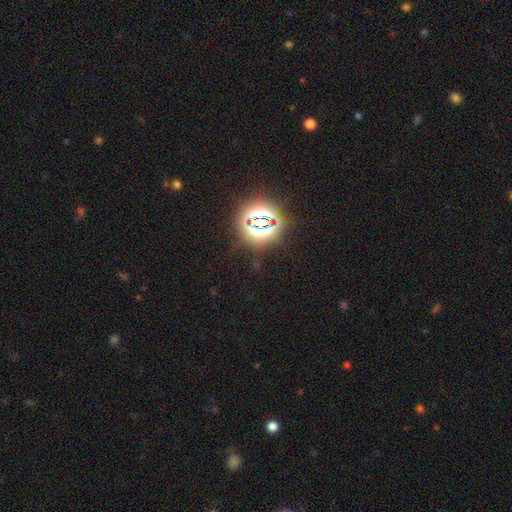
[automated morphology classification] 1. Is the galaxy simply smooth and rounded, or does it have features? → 80% star or artifact, 12% smooth, 7% featured or disk.